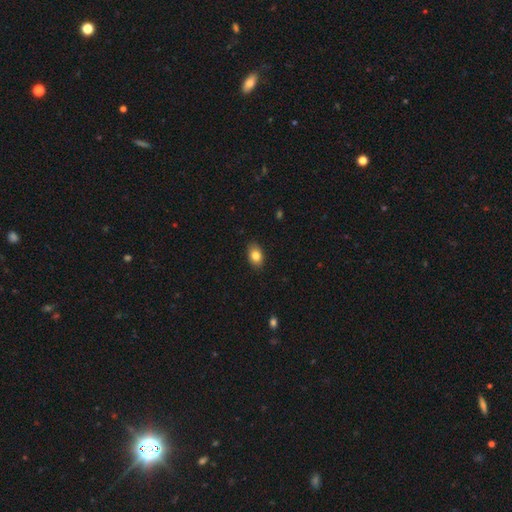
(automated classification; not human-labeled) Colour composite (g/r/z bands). It shows a smooth galaxy with no disk features (83%) that is in between round and cigar-shaped (85%). Merging: none (87%).